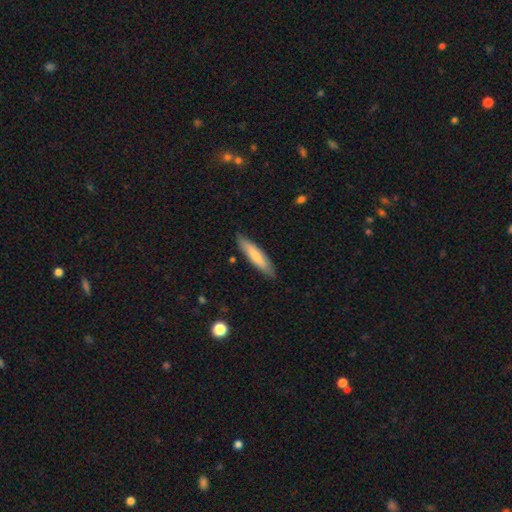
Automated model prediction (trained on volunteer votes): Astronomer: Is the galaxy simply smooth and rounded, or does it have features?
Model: smooth — 70%.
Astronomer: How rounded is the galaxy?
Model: cigar-shaped — 81%.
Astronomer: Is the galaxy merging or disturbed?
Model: none — 86%.